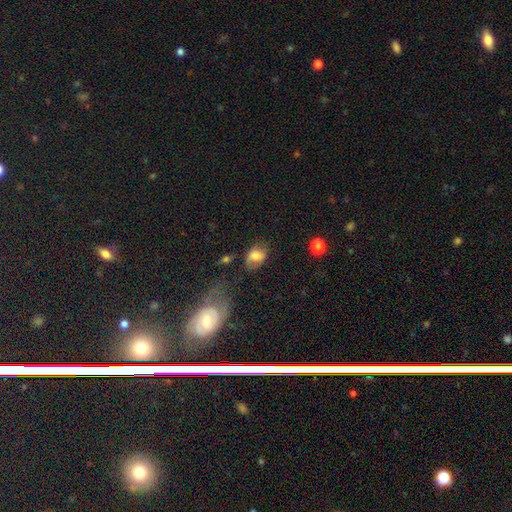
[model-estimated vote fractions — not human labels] A smooth galaxy with no disk features (68%) that is in between round and cigar-shaped (74%). Merging: none (53%).